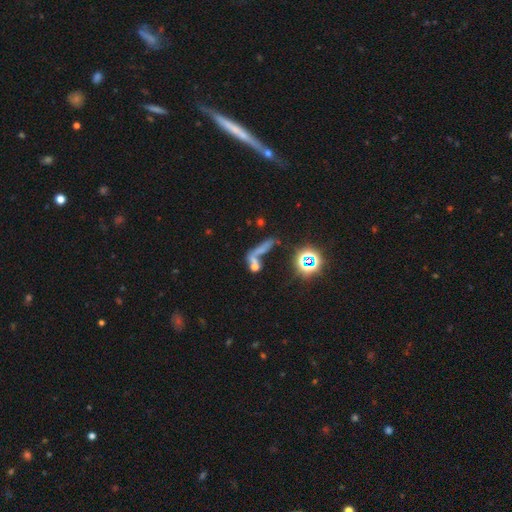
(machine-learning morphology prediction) A smooth galaxy with no disk features (47%). Merging: merger (46%).